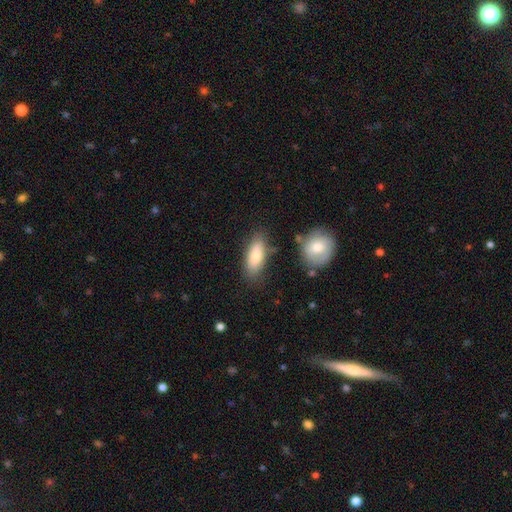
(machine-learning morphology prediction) A smooth galaxy with no disk features (79%) that is in between round and cigar-shaped (79%). Merging: none (74%).